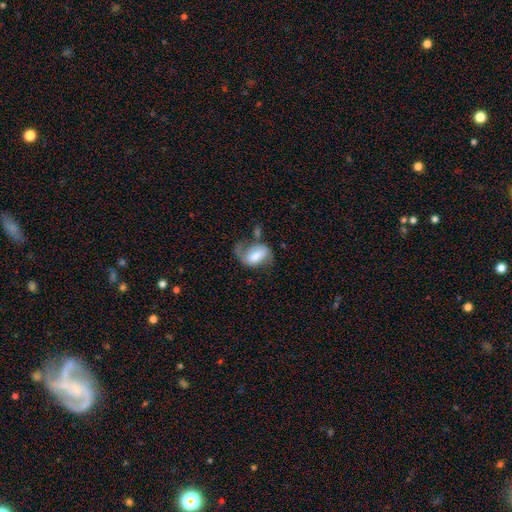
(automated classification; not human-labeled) This is possibly a featured or disk galaxy (56%). It is clearly not viewed edge-on (96%). Bar: marginally weak (44%). Spiral arm pattern: clearly yes (80%). Central bulge: possibly moderate (53%). Merging: marginally none (35%).